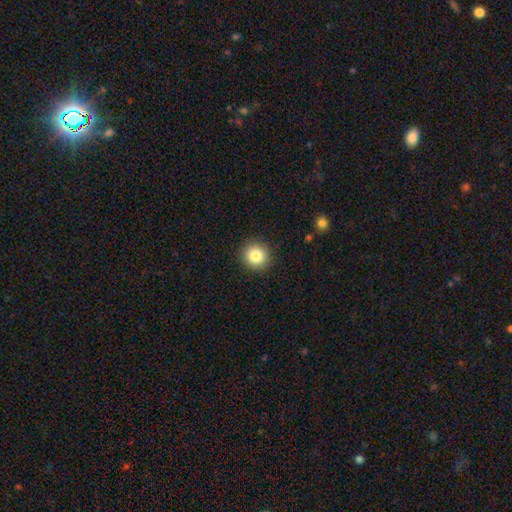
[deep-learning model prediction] This appears to be a smooth galaxy with no disk features (84%) that is round (93%). Merging: none (92%).